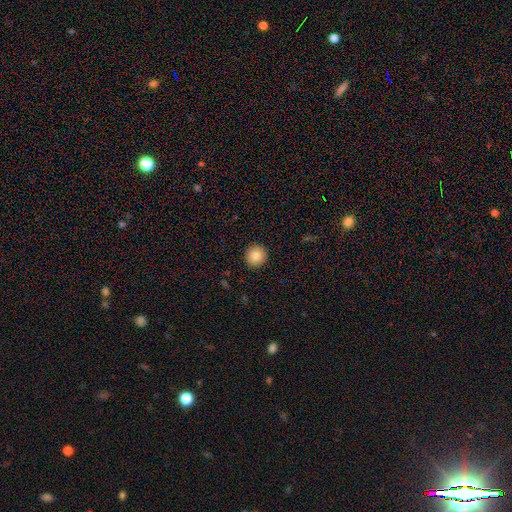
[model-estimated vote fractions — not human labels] Overall: smooth (86%). How rounded: round (94%). Merging: none (93%).